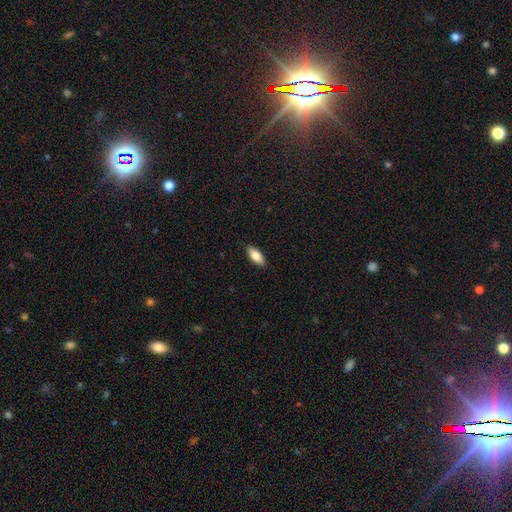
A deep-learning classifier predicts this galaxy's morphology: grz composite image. It shows a smooth galaxy with no disk features (83%) that is in between round and cigar-shaped (84%). Merging: none (88%).